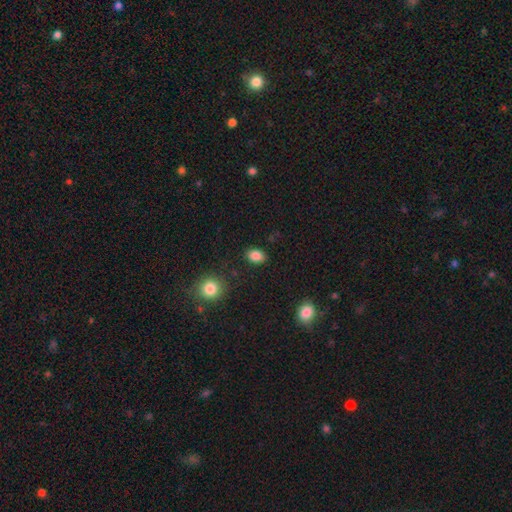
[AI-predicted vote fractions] Overall: smooth (86%). How rounded: in between (78%). Merging: none (87%).